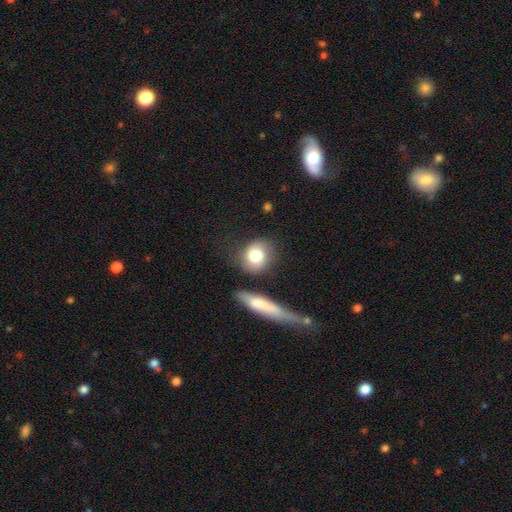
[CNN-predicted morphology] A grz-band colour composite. It shows a smooth galaxy with no disk features (75%) that is round (69%). Merging: none (68%).